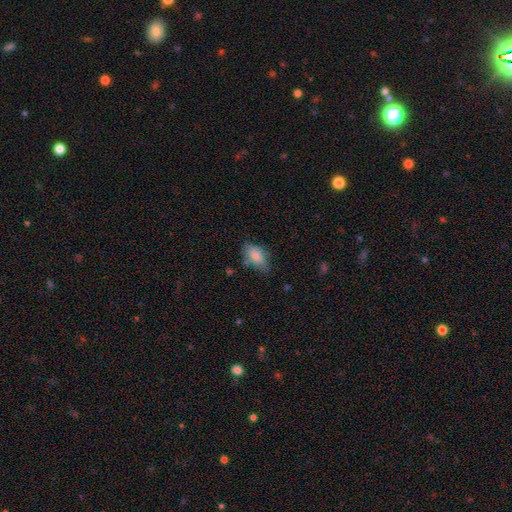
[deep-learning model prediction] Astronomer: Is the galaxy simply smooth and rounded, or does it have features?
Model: smooth — 79%.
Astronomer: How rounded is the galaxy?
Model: in between — 91%.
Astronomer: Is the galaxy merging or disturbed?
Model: none — 55% (runner-up: minor disturbance, 32%).